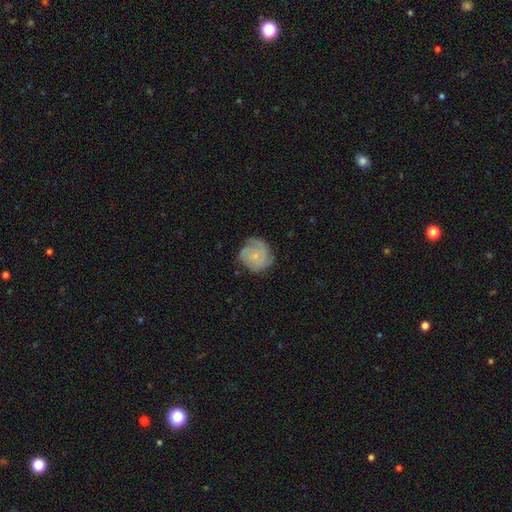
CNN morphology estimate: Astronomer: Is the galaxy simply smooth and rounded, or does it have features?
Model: featured or disk — 59% (runner-up: smooth, 34%).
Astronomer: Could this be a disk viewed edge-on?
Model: no — 98%.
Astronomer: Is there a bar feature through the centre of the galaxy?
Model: no — 81%.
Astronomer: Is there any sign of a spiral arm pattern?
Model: yes — 89%.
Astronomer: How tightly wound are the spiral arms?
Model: tight — 58%.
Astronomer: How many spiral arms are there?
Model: can't tell — 31% (runner-up: 3, 29%).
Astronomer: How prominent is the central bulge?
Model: small — 74%.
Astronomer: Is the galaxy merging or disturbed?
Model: none — 68%.